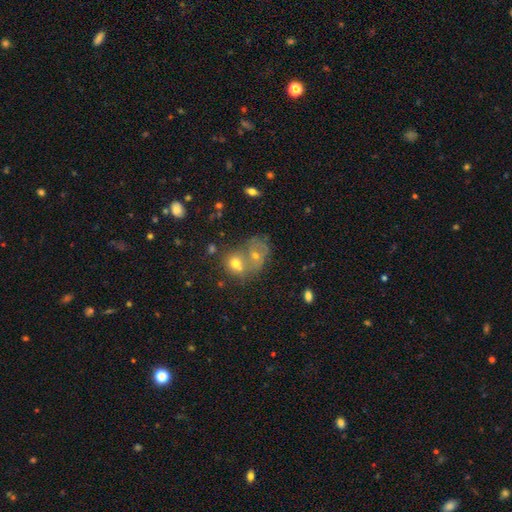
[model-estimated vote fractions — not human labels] Q: Smooth or featured?
A: smooth (46%); runner-up: featured or disk (34%)
Q: Merging?
A: merger (52%); runner-up: none (32%)